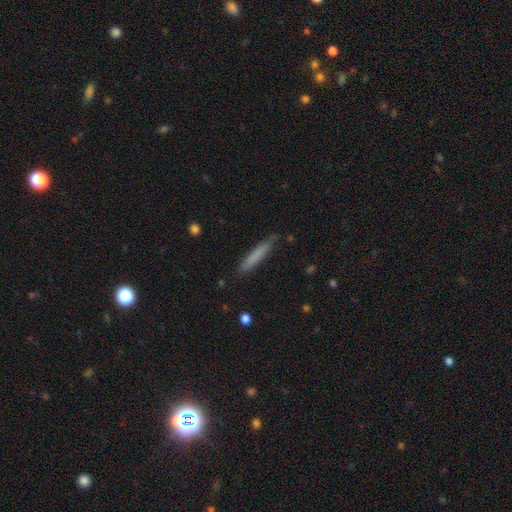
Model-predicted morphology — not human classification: Smooth or featured: smooth — 75% (featured or disk — 19%)
How rounded: cigar-shaped — 94% (in between — 5%)
Merging: none — 84% (minor disturbance — 12%)